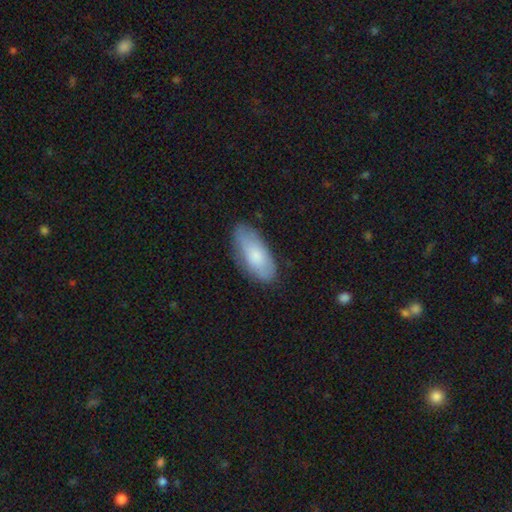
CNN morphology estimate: Smooth or featured? Predicted: smooth (p=0.75). How rounded? Predicted: in between (p=0.86). Merging? Predicted: none (p=0.76).